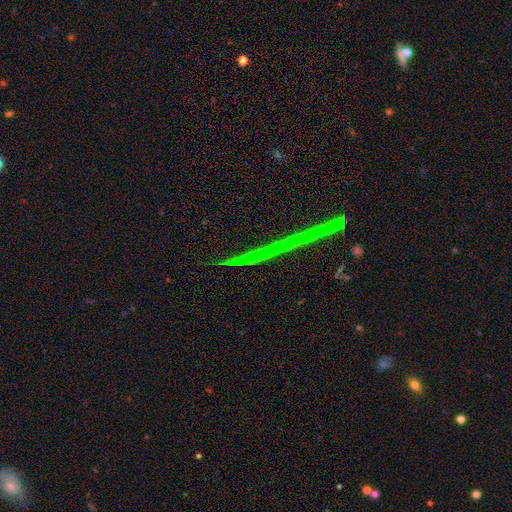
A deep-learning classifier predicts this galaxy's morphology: A star or artifact, not a galaxy (45%).

Vote fractions:
- Smooth or featured? star or artifact: 45% / featured or disk: 39% / smooth: 16%